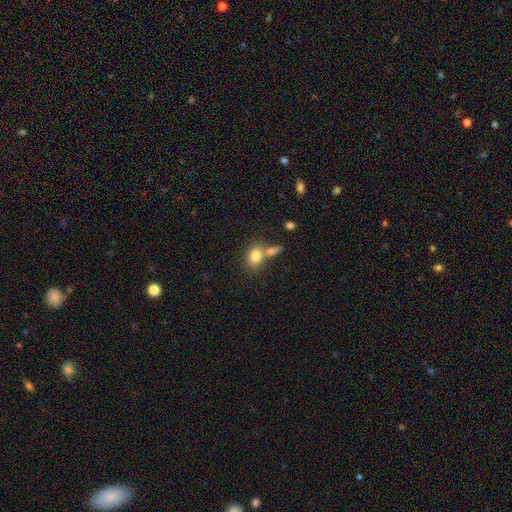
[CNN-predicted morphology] This appears to be a smooth galaxy with no disk features (81%) that is in between round and cigar-shaped (63%). Merging: none (47%).